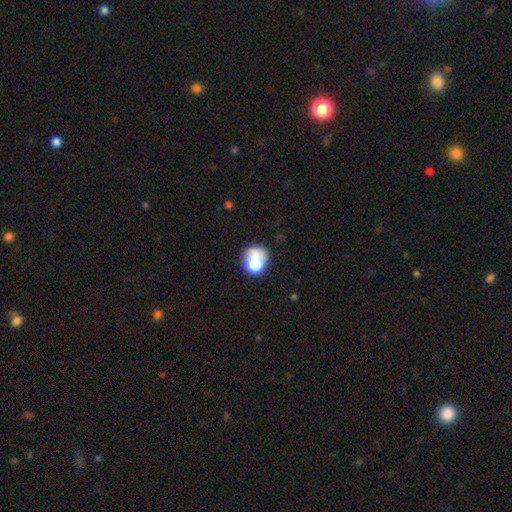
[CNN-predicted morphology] smooth 65%, featured or disk 18%, star or artifact 16%. Down the decision tree: how rounded — round (71%); merging — none (46%).